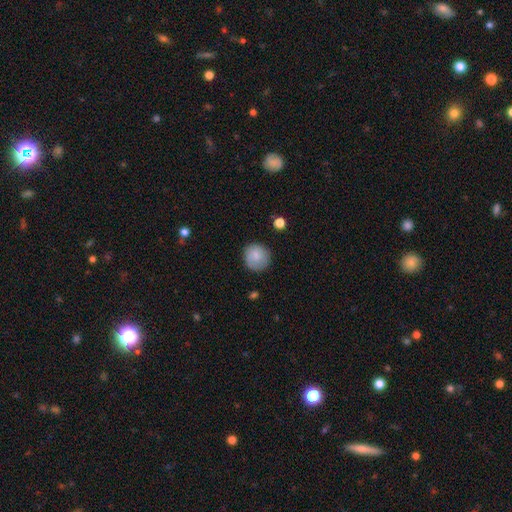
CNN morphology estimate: smooth 82%, featured or disk 10%, star or artifact 7%. Down the decision tree: how rounded — round (91%); merging — none (83%).